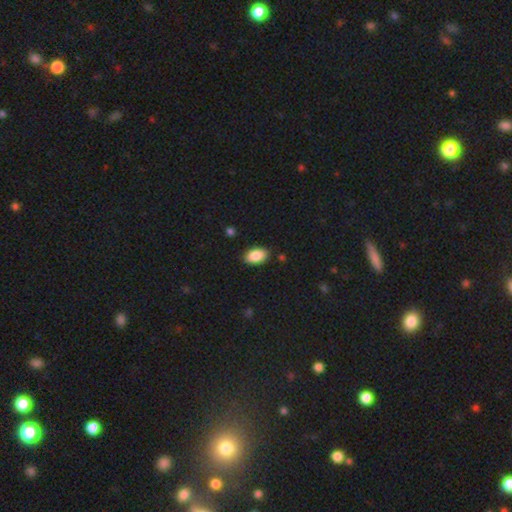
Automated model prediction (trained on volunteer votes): The model was most divided on "merging": none: 86%, minor disturbance: 11%, major disturbance: 2%, merger: 1%. More confident: how rounded — in between (93%); smooth or featured — smooth (88%).